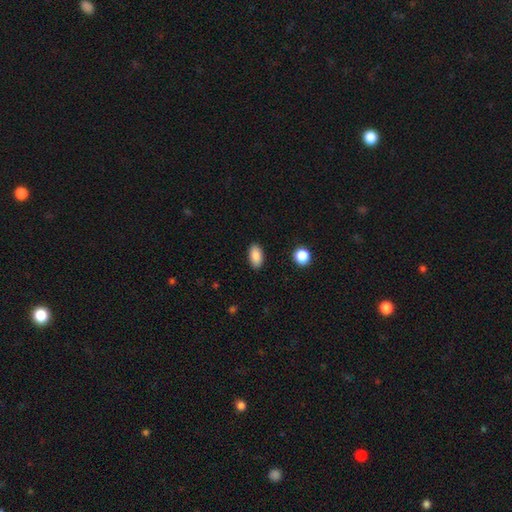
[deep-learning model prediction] This is clearly a smooth galaxy (88%). How rounded: clearly in between (92%). Merging: clearly none (89%).